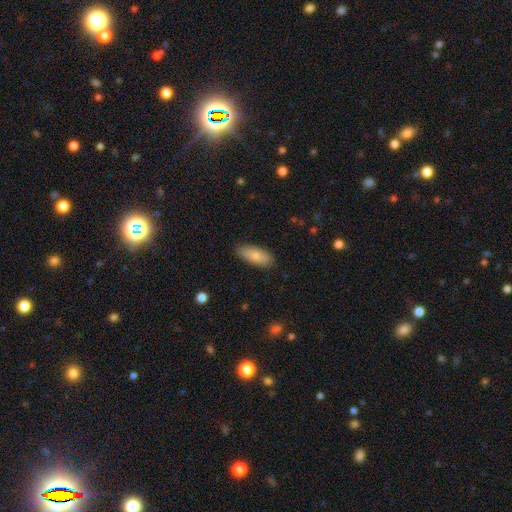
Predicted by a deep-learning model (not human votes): Overall: smooth (78%). How rounded: in between (83%). Merging: none (84%).